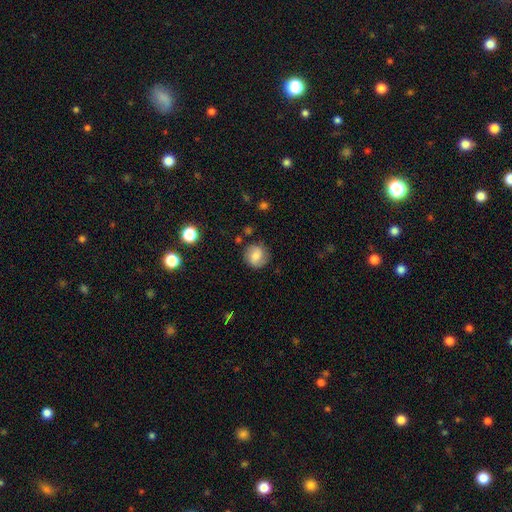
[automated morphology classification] smooth 68%, featured or disk 23%, star or artifact 9%. Down the decision tree: how rounded — round (87%); merging — none (78%).